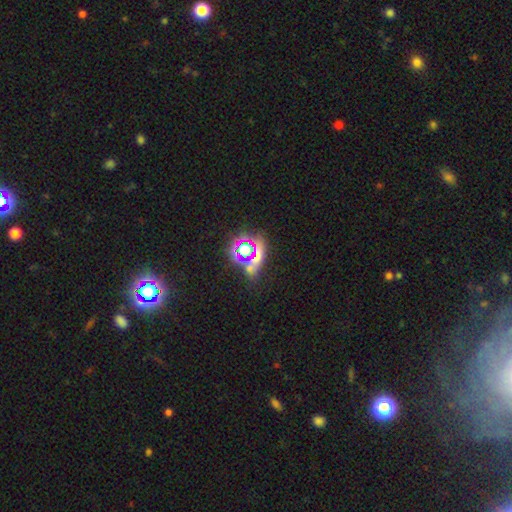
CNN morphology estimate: Smooth or featured?
  - star or artifact: 62% *
  - smooth: 25%
  - featured or disk: 13%